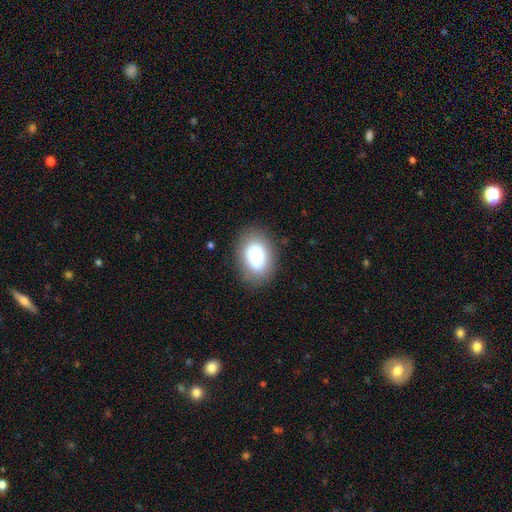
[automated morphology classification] Smooth or featured? smooth (83%)
How rounded? in between (82%)
Merging? none (81%)